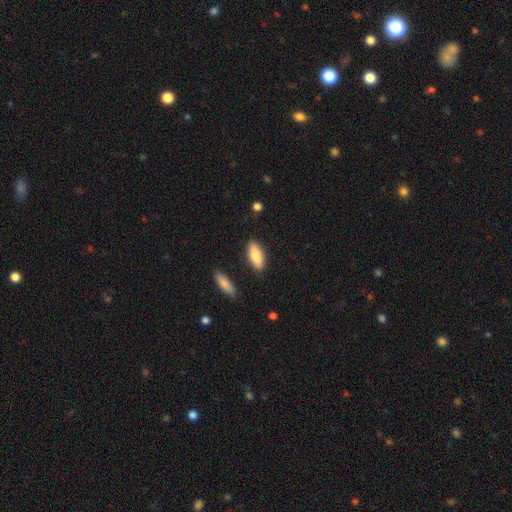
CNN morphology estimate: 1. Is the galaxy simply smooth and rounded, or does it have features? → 82% smooth, 12% featured or disk, 6% star or artifact.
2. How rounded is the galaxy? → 79% in between, 19% cigar-shaped, 2% round.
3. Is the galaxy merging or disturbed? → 84% none, 11% minor disturbance, 3% merger, 2% major disturbance.